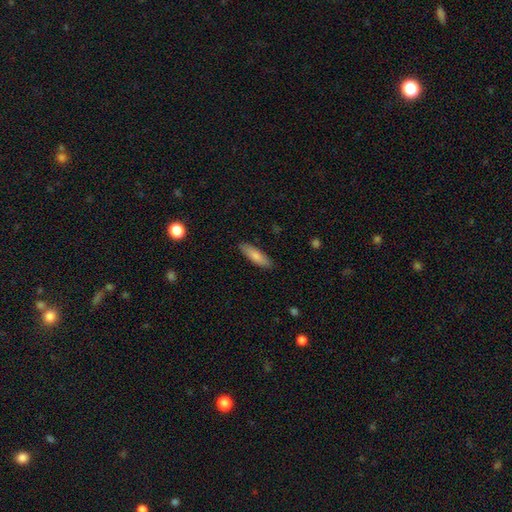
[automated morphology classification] Smooth or featured? Predicted: smooth (p=0.82). How rounded? Predicted: cigar-shaped (p=0.54). Merging? Predicted: none (p=0.88).